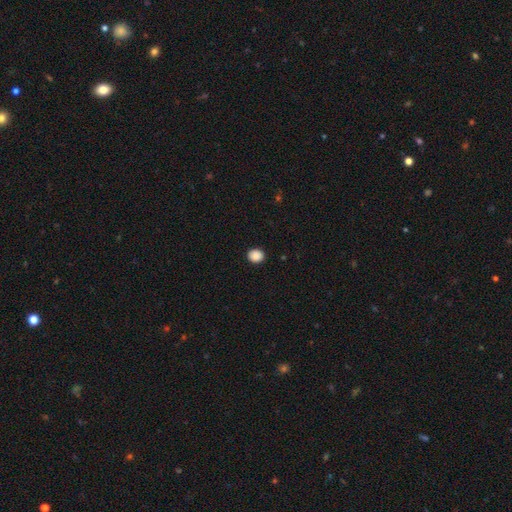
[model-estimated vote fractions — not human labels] A smooth galaxy with no disk features (89%) that is round (70%).

Vote fractions:
- Smooth or featured? smooth: 89% / star or artifact: 9% / featured or disk: 2%
- How rounded? round: 70% / in between: 29% / cigar-shaped: 1%
- Merging? none: 91% / minor disturbance: 6% / major disturbance: 2% / merger: 1%